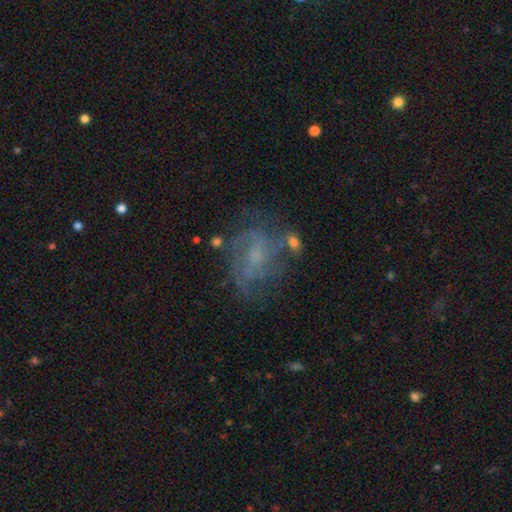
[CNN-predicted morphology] This is likely a featured or disk galaxy (70%). It is clearly not viewed edge-on (97%). Bar: possibly no (49%). Spiral arm pattern: clearly yes (82%). Spiral arm count: marginally can't tell (36%). Spiral winding: possibly medium (46%). Central bulge: marginally small (44%). Merging: likely none (60%).